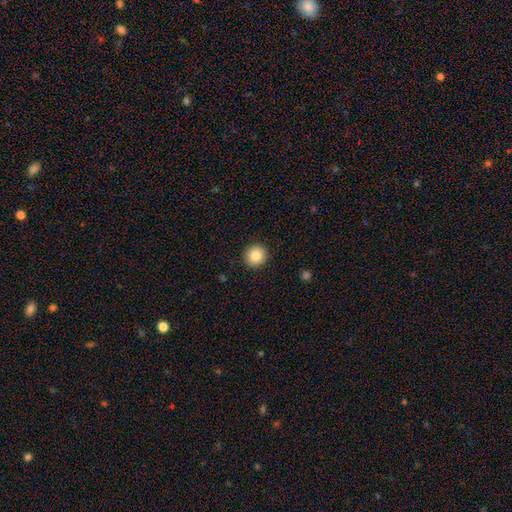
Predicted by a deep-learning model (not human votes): Overall: smooth (86%). How rounded: round (94%). Merging: none (92%).